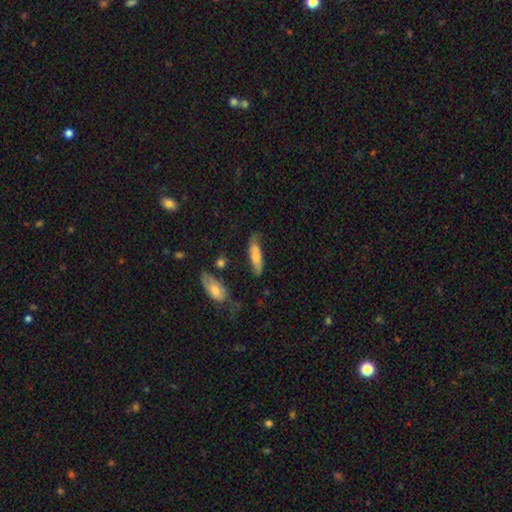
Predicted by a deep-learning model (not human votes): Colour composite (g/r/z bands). It shows a smooth galaxy with no disk features (71%) that is cigar-shaped (59%). Merging: none (63%).